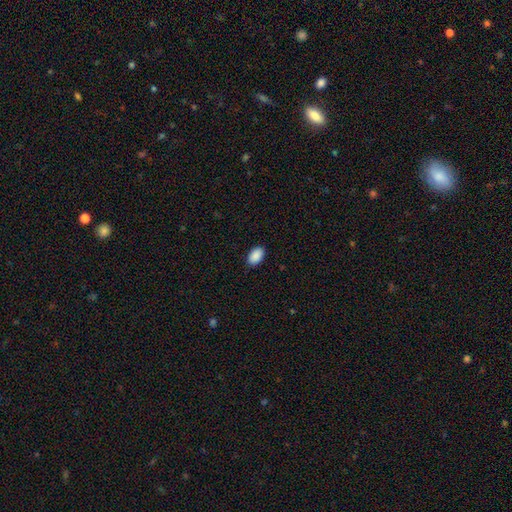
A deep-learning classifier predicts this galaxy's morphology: A smooth galaxy with no disk features (91%) that is in between round and cigar-shaped (93%). Merging: none (89%).